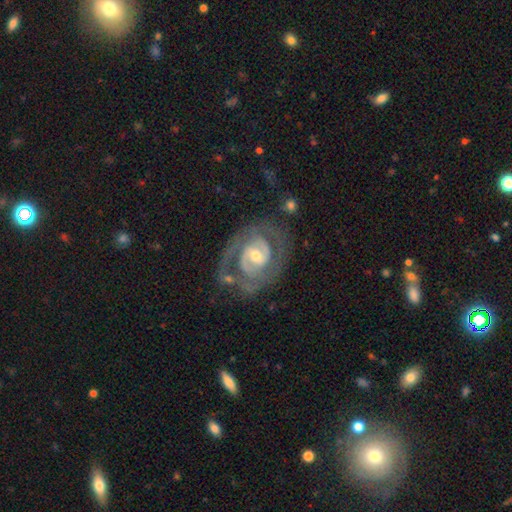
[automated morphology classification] type=featured or disk (88%); edge-on=no (97%); bar=weak (43%); spiral arms=yes (94%); winding=tight (55%); arm count=2 (64%); bulge=moderate (60%); merging=none (61%).